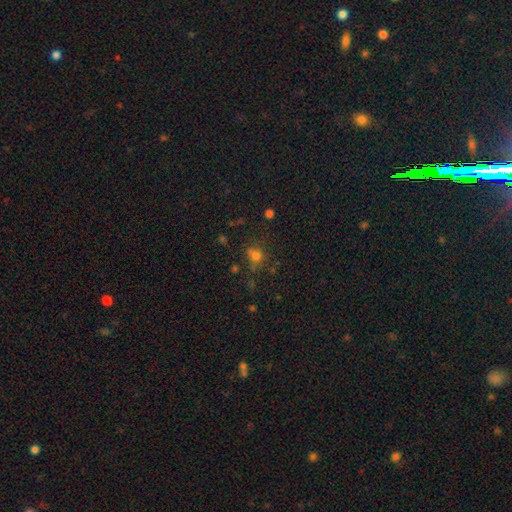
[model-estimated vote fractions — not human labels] Smooth or featured? smooth (69%)
How rounded? round (77%)
Merging? none (61%)